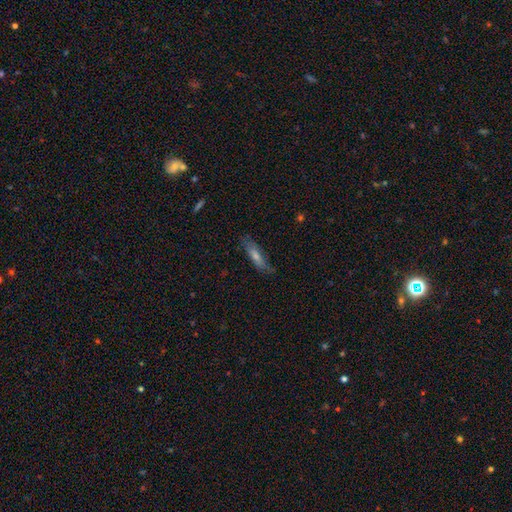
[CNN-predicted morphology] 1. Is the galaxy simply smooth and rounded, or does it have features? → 48% smooth, 42% featured or disk, 9% star or artifact.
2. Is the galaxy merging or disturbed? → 75% none, 19% minor disturbance, 5% major disturbance, 2% merger.